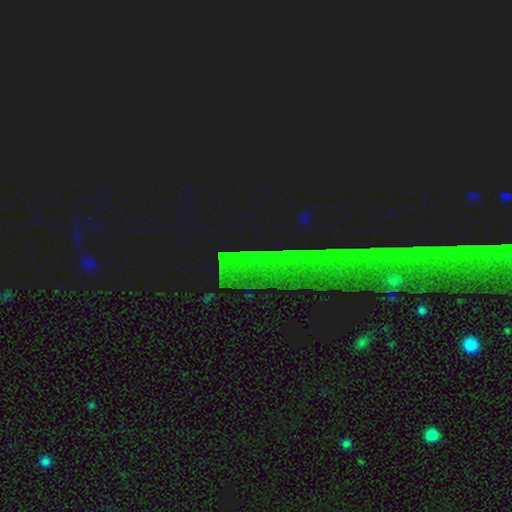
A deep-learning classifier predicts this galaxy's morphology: Smooth or featured? star or artifact (82%)